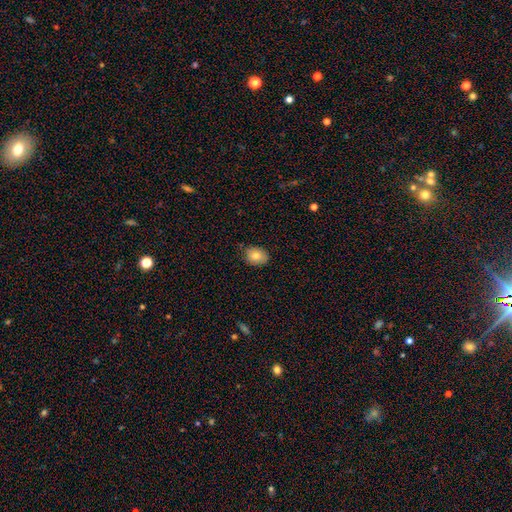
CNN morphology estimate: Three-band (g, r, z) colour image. It shows a smooth galaxy with no disk features (80%) that is in between round and cigar-shaped (62%). Merging: none (80%).